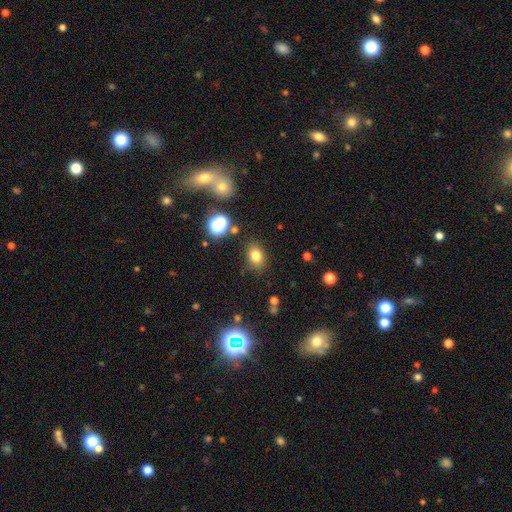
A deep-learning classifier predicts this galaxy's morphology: Smooth or featured? Predicted: smooth (p=0.78). How rounded? Predicted: in between (p=0.68). Merging? Predicted: none (p=0.81).